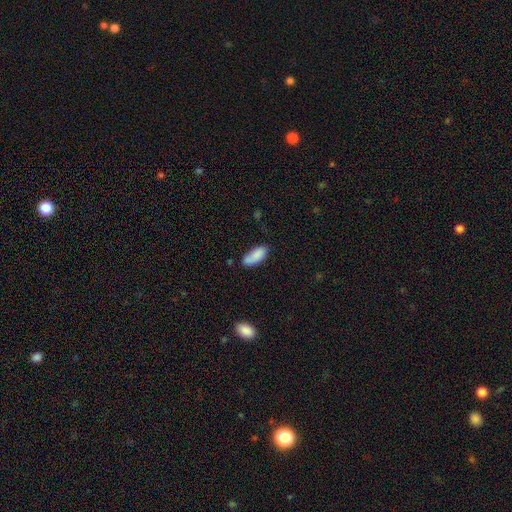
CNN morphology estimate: Overall: smooth (84%). How rounded: in between (85%). Merging: none (62%; minor disturbance 26%).